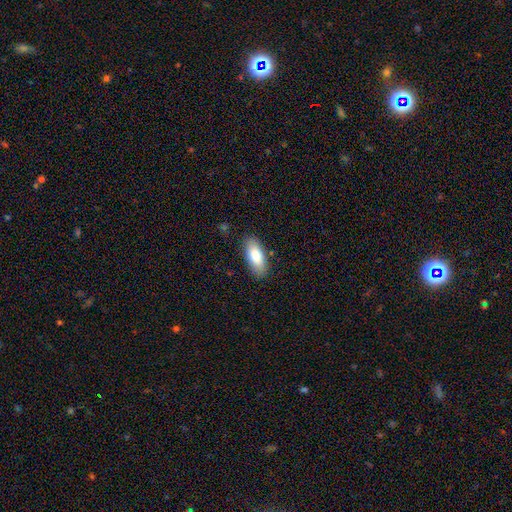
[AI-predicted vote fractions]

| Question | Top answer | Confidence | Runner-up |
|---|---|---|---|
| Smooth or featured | smooth | 82% | featured or disk (11%) |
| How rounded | in between | 85% | cigar-shaped (13%) |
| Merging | none | 86% | minor disturbance (10%) |